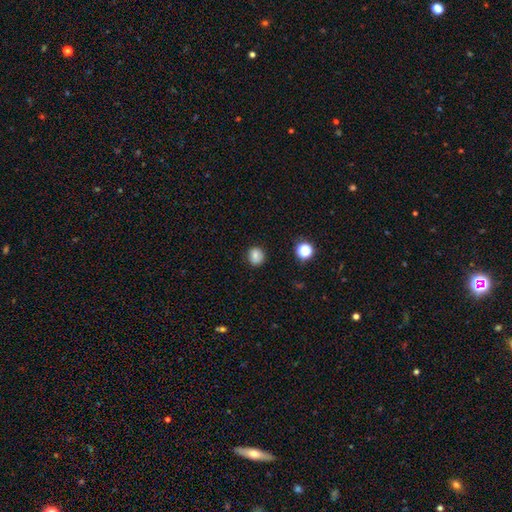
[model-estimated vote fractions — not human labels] Overall: smooth (78%). How rounded: round (83%). Merging: none (84%).